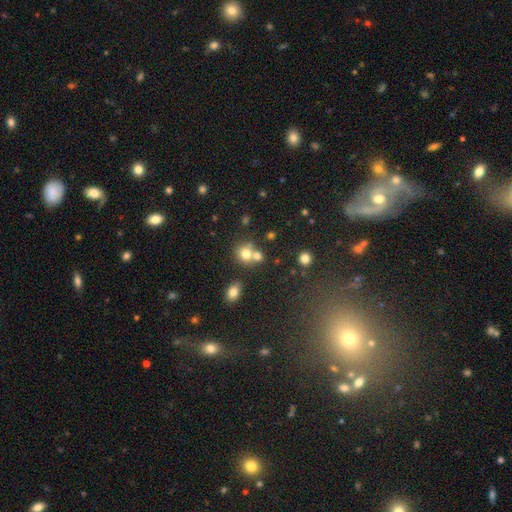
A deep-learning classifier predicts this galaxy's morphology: smooth-or-featured: smooth: 62% | star or artifact: 29% | featured or disk: 10%
  how-rounded: round: 81% | in between: 17% | cigar-shaped: 2%
  merging: none: 71% | merger: 16% | minor disturbance: 8% | major disturbance: 4%